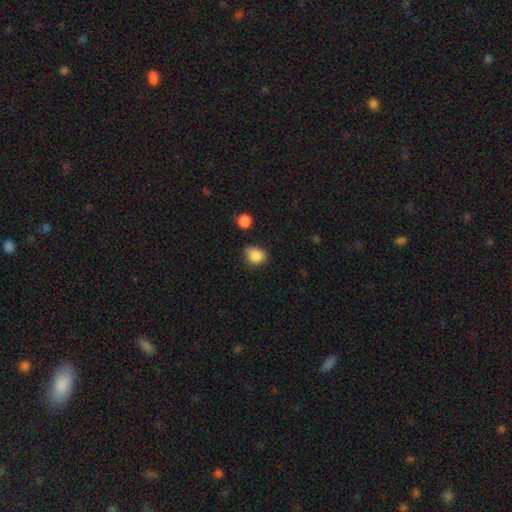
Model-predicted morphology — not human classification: The model was most divided on "how rounded": round: 54%, in between: 45%, cigar-shaped: 1%. More confident: smooth or featured — smooth (86%); merging — none (56%).